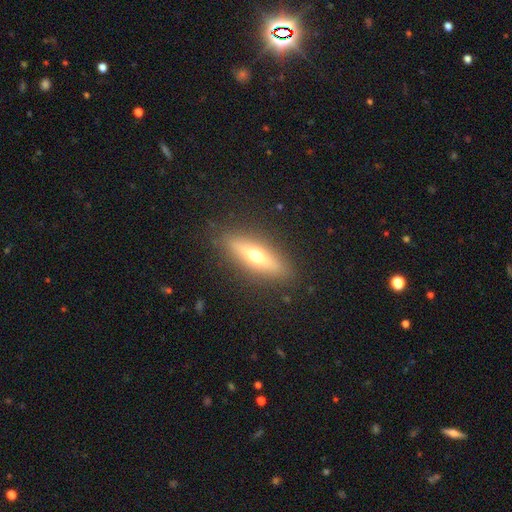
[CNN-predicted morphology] Q: Smooth or featured?
A: featured or disk (52%); runner-up: smooth (41%)
Q: Edge-on disk?
A: yes (85%); runner-up: no (15%)
Q: Merging?
A: none (88%); runner-up: minor disturbance (8%)